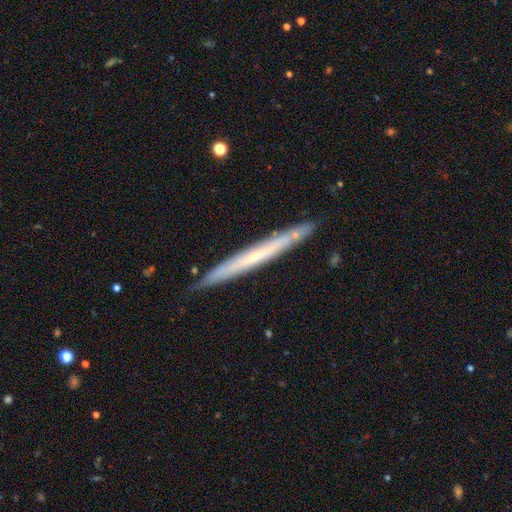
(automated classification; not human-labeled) Q: Smooth or featured?
A: featured or disk (55%); runner-up: smooth (39%)
Q: Edge-on disk?
A: yes (93%); runner-up: no (7%)
Q: Edge-on bulge?
A: none (79%); runner-up: rounded (18%)
Q: Merging?
A: none (85%); runner-up: minor disturbance (11%)